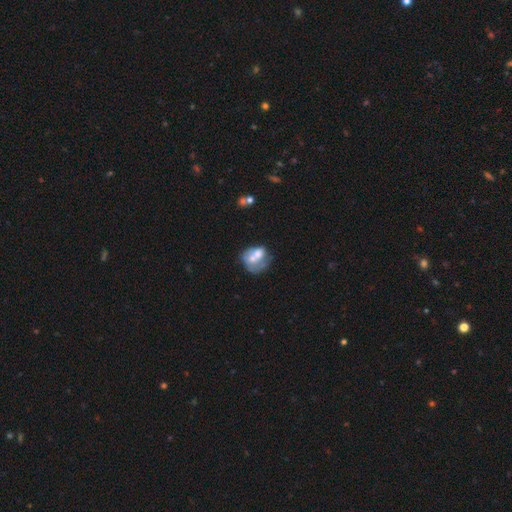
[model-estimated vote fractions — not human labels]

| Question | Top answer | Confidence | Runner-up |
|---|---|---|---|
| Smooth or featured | smooth | 47% | featured or disk (44%) |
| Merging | merger | 44% | none (23%) |